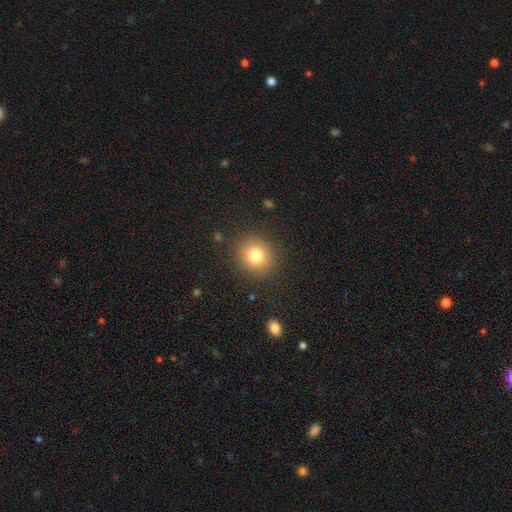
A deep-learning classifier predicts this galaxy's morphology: smooth-or-featured: smooth: 79% | star or artifact: 12% | featured or disk: 9%
  how-rounded: round: 87% | in between: 13% | cigar-shaped: 1%
  merging: none: 88% | minor disturbance: 8% | major disturbance: 3% | merger: 1%